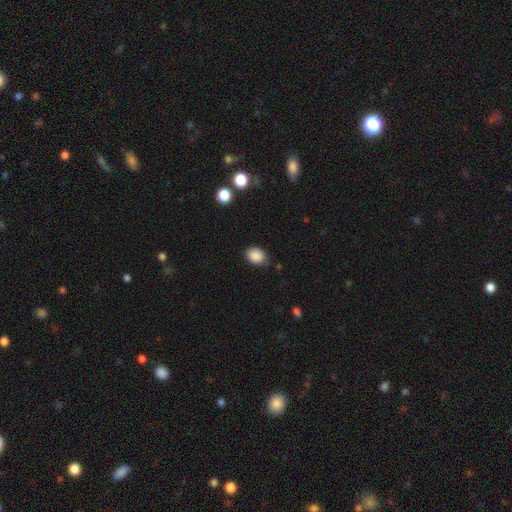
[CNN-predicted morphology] A smooth galaxy with no disk features (88%) that is in between round and cigar-shaped (66%).

Vote fractions:
- Smooth or featured? smooth: 88% / star or artifact: 9% / featured or disk: 3%
- How rounded? in between: 66% / round: 33% / cigar-shaped: 1%
- Merging? none: 79% / minor disturbance: 16% / major disturbance: 3% / merger: 2%